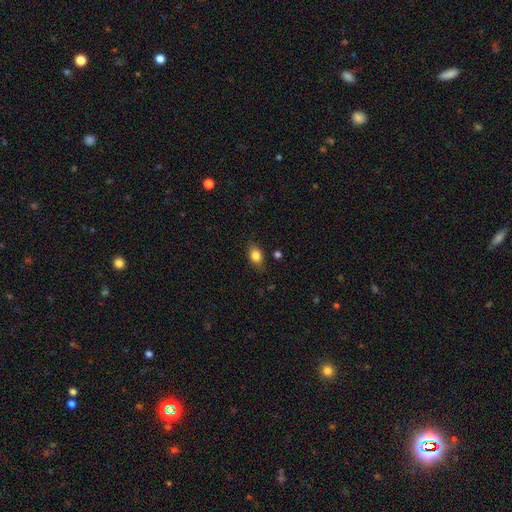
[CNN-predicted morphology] This is clearly a smooth galaxy (83%). How rounded: likely in between (77%). Merging: clearly none (80%).